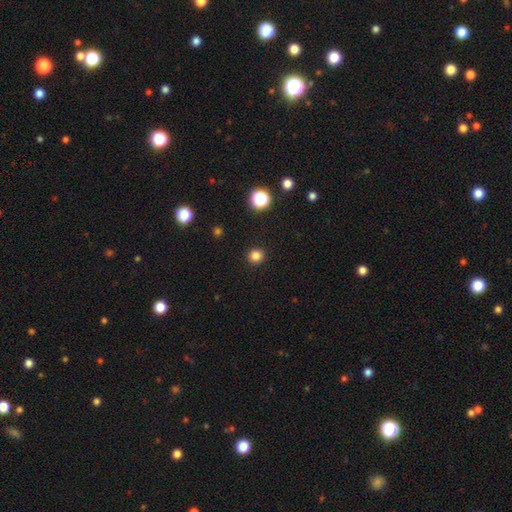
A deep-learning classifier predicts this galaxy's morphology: smooth_or_featured: smooth (p=0.83) [alt: star or artifact p=0.14]
how_rounded: round (p=0.92) [alt: in between p=0.07]
merging: none (p=0.92) [alt: minor disturbance p=0.05]